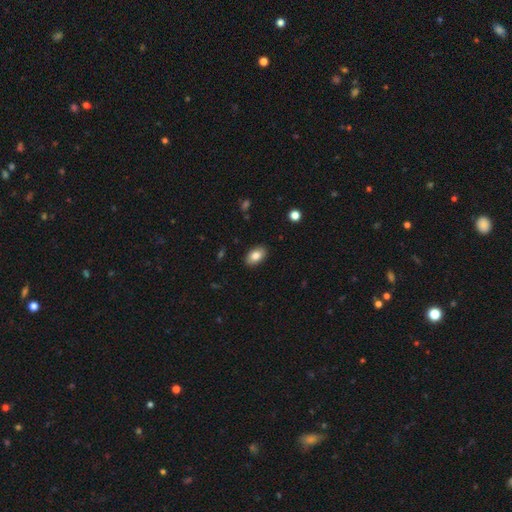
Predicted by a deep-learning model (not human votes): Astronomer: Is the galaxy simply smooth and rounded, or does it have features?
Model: smooth — 83%.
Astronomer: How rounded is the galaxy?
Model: in between — 91%.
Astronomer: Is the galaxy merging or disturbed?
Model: none — 89%.